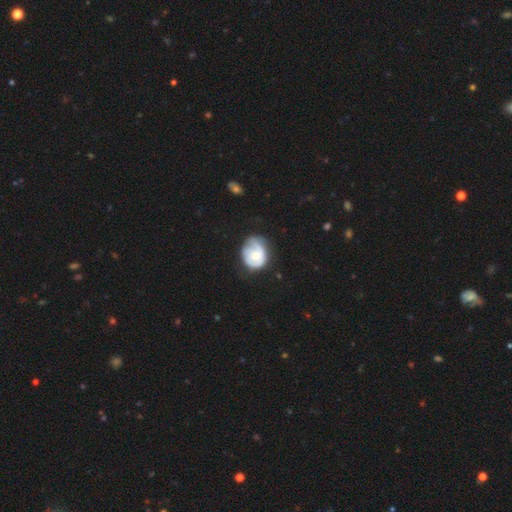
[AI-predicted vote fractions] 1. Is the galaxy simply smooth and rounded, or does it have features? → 52% featured or disk, 42% smooth, 6% star or artifact.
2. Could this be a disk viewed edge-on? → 97% no, 3% yes.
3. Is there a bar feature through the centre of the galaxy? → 76% no, 20% weak, 4% strong.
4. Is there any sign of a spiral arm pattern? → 66% yes, 34% no.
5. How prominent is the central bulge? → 58% moderate, 34% small, 5% large, 2% none, 1% dominant.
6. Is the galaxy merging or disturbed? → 48% none, 34% minor disturbance, 16% major disturbance, 2% merger.